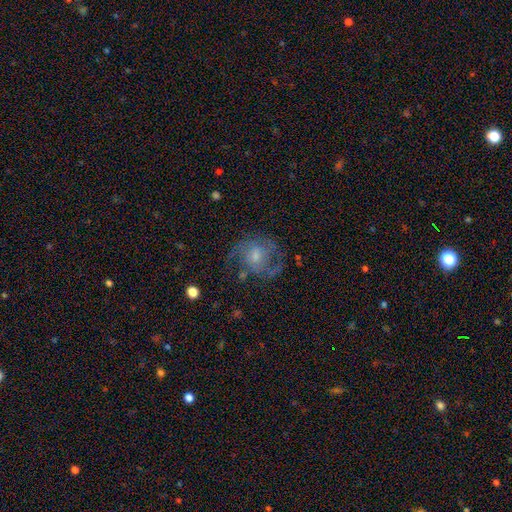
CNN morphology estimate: smooth-or-featured: featured or disk: 67% | smooth: 23% | star or artifact: 10%
  disk-edge-on: no: 97% | yes: 3%
    bar: no: 66% | weak: 29% | strong: 5%
    has-spiral-arms: yes: 81% | no: 19%
      spiral-winding: medium: 48% | tight: 27% | loose: 25%
      spiral-arm-count: 2: 58% | can't tell: 22% | 3: 8% | 1: 6% | 4: 3% | more than 4: 3%
    bulge-size: moderate: 44% | small: 43% | large: 6% | none: 6% | dominant: 1%
  merging: none: 58% | major disturbance: 20% | minor disturbance: 20% | merger: 2%